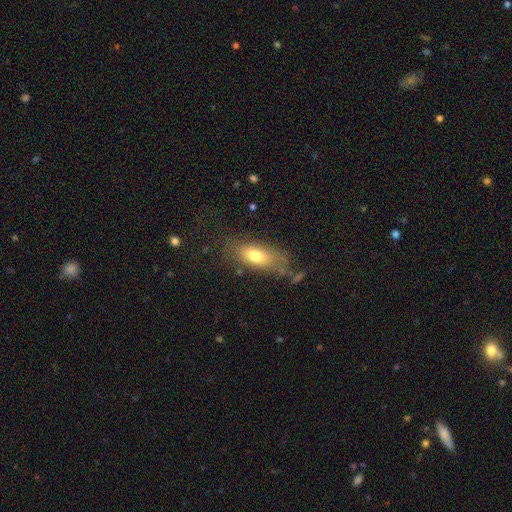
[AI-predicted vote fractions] Smooth or featured? Predicted: smooth (p=0.74). How rounded? Predicted: in between (p=0.81). Merging? Predicted: none (p=0.65).